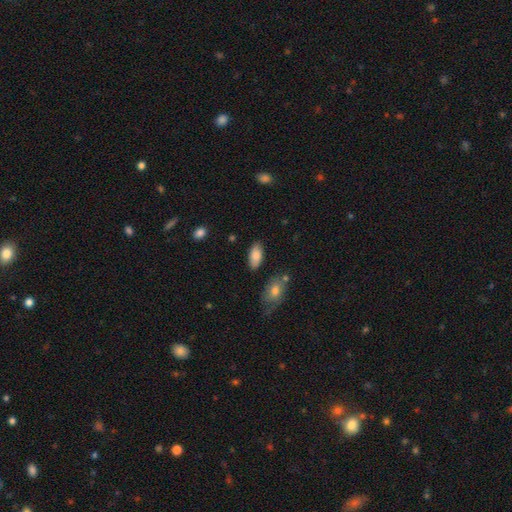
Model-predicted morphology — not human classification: This is clearly a smooth galaxy (84%). How rounded: clearly in between (91%). Merging: clearly none (81%).